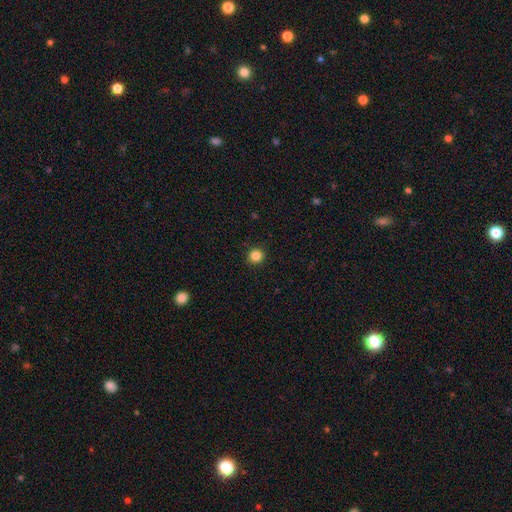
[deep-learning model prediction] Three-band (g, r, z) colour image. It shows a smooth galaxy with no disk features (85%) that is round (93%). Merging: none (91%).